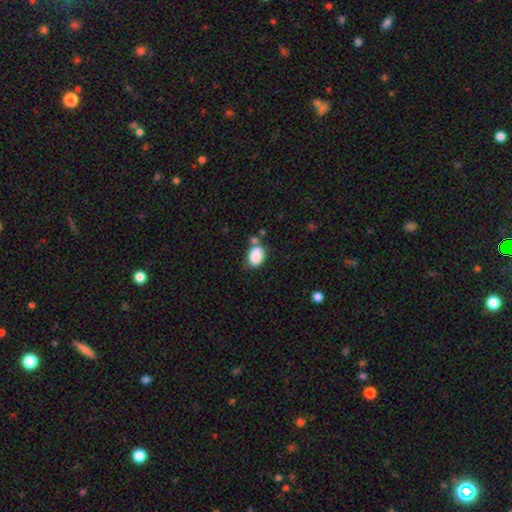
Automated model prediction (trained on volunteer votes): Smooth or featured: smooth — 87% (star or artifact — 8%)
How rounded: in between — 83% (round — 16%)
Merging: none — 58% (minor disturbance — 20%)